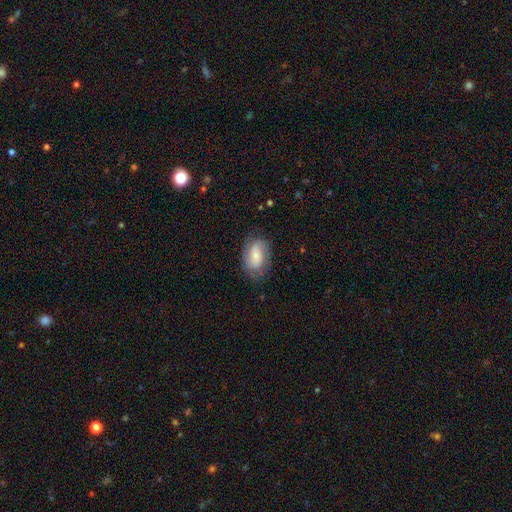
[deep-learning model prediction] This is possibly a smooth galaxy (51%). How rounded: clearly in between (84%). Merging: likely none (72%).